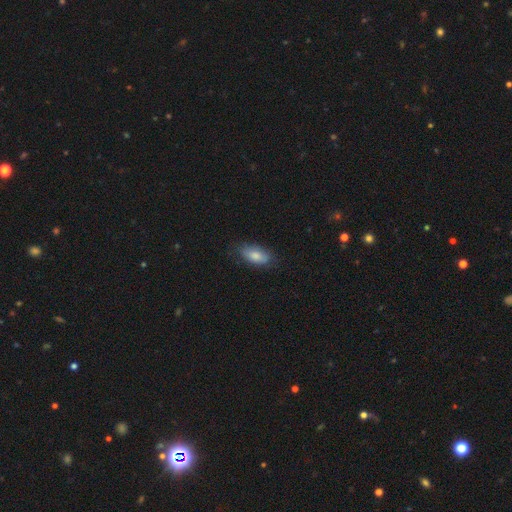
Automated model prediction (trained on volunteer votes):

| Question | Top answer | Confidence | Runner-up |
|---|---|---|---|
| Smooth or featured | smooth | 80% | featured or disk (14%) |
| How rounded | in between | 87% | cigar-shaped (10%) |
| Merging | none | 74% | minor disturbance (20%) |